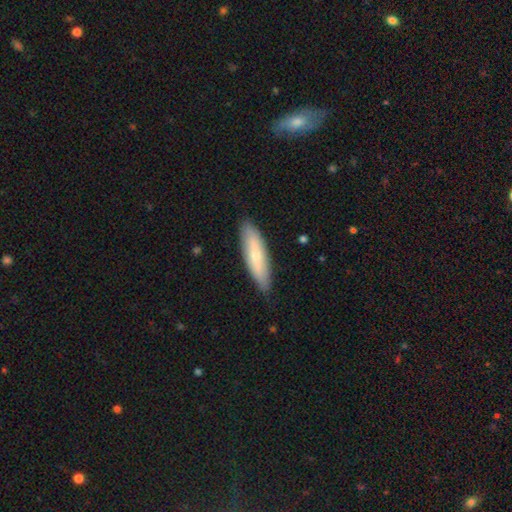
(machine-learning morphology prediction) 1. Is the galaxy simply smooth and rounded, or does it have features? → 69% smooth, 25% featured or disk, 6% star or artifact.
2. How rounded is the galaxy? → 67% cigar-shaped, 32% in between, 2% round.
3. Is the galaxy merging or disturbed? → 86% none, 11% minor disturbance, 2% major disturbance, 1% merger.